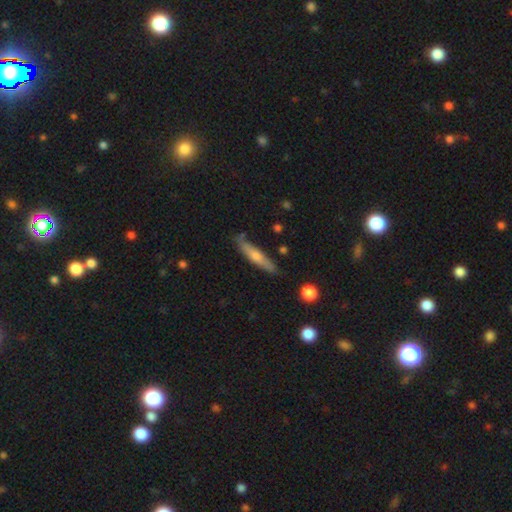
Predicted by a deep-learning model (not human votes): Smooth or featured: featured or disk — 51% (smooth — 42%)
Edge-on disk: yes — 90% (no — 10%)
Merging: none — 83% (minor disturbance — 13%)